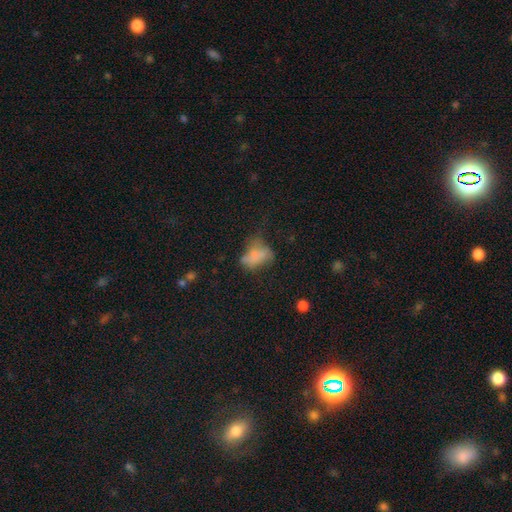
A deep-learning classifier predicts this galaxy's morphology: Smooth or featured? smooth (62%)
How rounded? in between (82%)
Merging? major disturbance (33%)